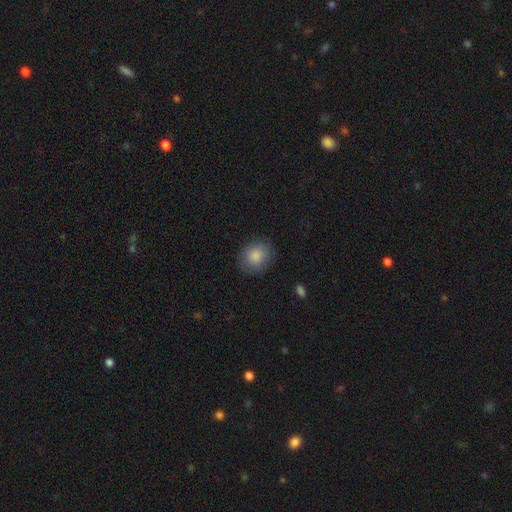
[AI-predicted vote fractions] Smooth or featured? smooth (85%)
How rounded? round (69%)
Merging? none (81%)